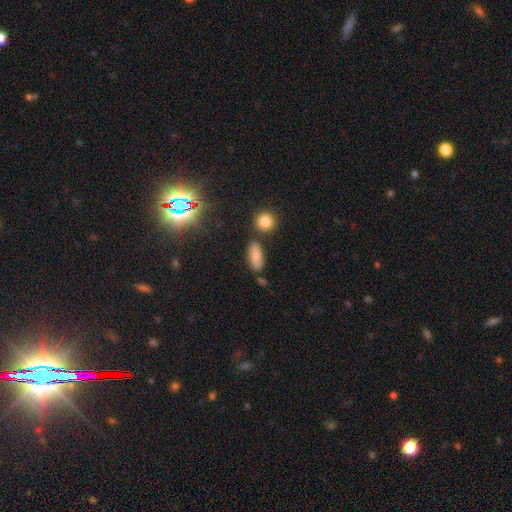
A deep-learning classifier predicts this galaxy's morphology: Smooth or featured?
  - smooth: 77% *
  - featured or disk: 12%
  - star or artifact: 11%
How rounded?
  - in between: 80% *
  - cigar-shaped: 14%
  - round: 6%
Merging?
  - none: 77% *
  - minor disturbance: 13%
  - merger: 7%
  - major disturbance: 3%